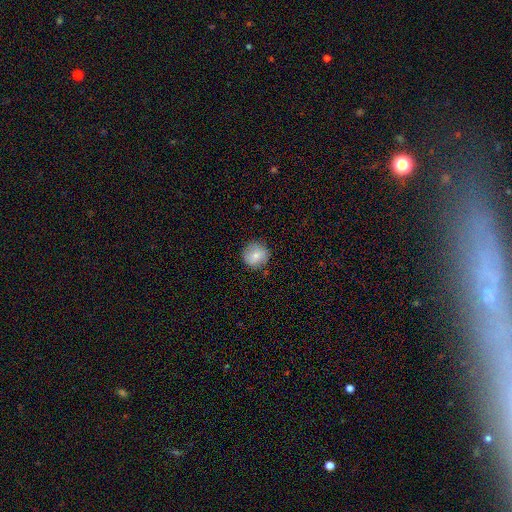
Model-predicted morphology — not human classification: This is likely a smooth galaxy (77%). How rounded: clearly round (92%). Merging: clearly none (83%).